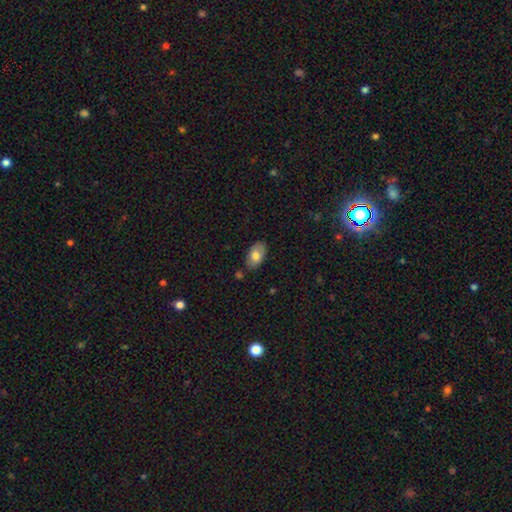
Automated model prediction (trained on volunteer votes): Morphology: type=smooth (75%); roundness=in between (93%); merging=none (81%).